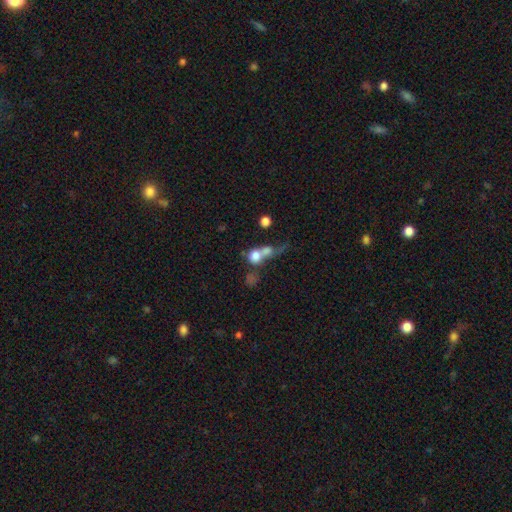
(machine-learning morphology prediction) A smooth galaxy with no disk features (71%) that is round (73%). Merging: merger (63%).